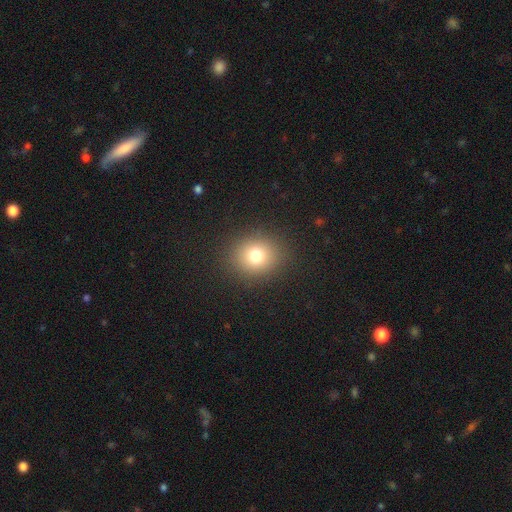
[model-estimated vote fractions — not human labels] Q: Smooth or featured?
A: smooth (76%); runner-up: star or artifact (15%)
Q: How rounded?
A: round (74%); runner-up: in between (25%)
Q: Merging?
A: none (89%); runner-up: minor disturbance (7%)